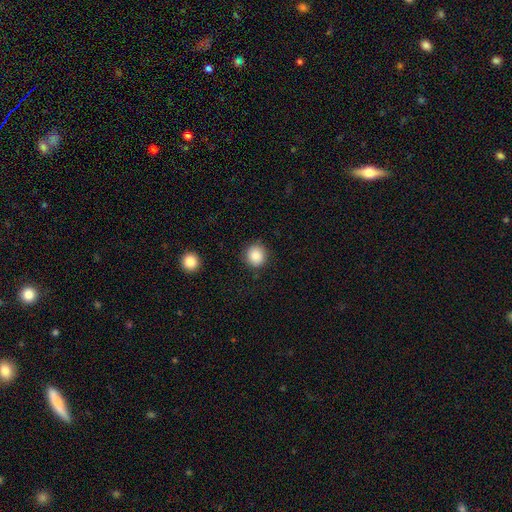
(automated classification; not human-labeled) Smooth or featured: smooth — 86% (star or artifact — 9%)
How rounded: round — 91% (in between — 8%)
Merging: none — 88% (minor disturbance — 8%)